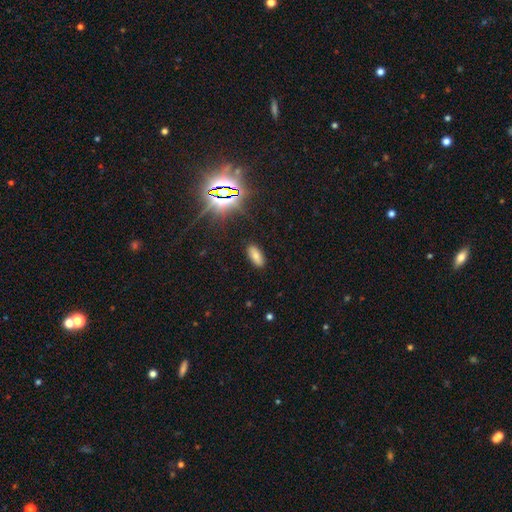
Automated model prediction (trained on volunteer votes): Smooth or featured? smooth (68%)
How rounded? in between (86%)
Merging? none (89%)